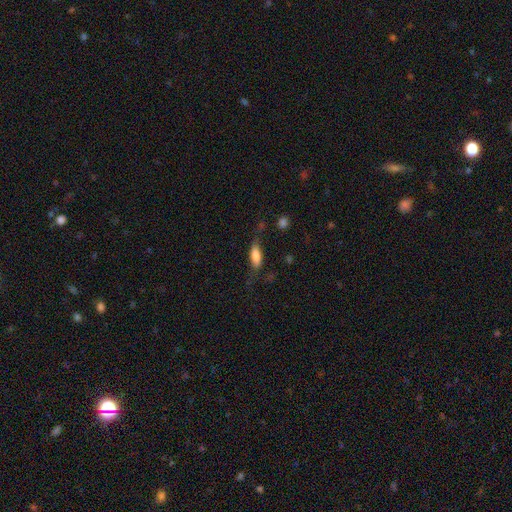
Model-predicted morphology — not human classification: smooth-or-featured: smooth: 76% | featured or disk: 17% | star or artifact: 7%
  how-rounded: in between: 70% | cigar-shaped: 27% | round: 3%
  merging: none: 59% | minor disturbance: 25% | major disturbance: 13% | merger: 3%